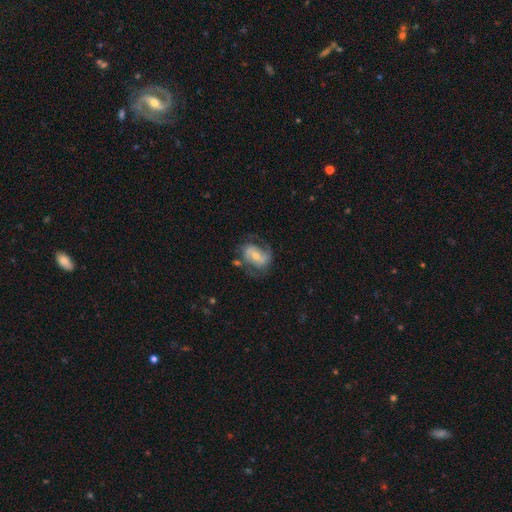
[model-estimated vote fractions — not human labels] Smooth or featured?
  - featured or disk: 71% *
  - smooth: 23%
  - star or artifact: 7%
Edge-on disk?
  - no: 96% *
  - yes: 4%
Bar?
  - no: 39% *
  - weak: 38%
  - strong: 23%
Spiral arms?
  - yes: 84% *
  - no: 16%
Spiral winding?
  - medium: 46% *
  - loose: 30%
  - tight: 24%
Spiral arm count?
  - 2: 79% *
  - can't tell: 11%
  - 1: 5%
  - 3: 3%
  - 4: 1%
  - more than 4: 1%
Bulge size?
  - moderate: 55% *
  - small: 39%
  - large: 3%
  - none: 1%
  - dominant: 1%
Merging?
  - none: 58% *
  - minor disturbance: 21%
  - major disturbance: 16%
  - merger: 5%